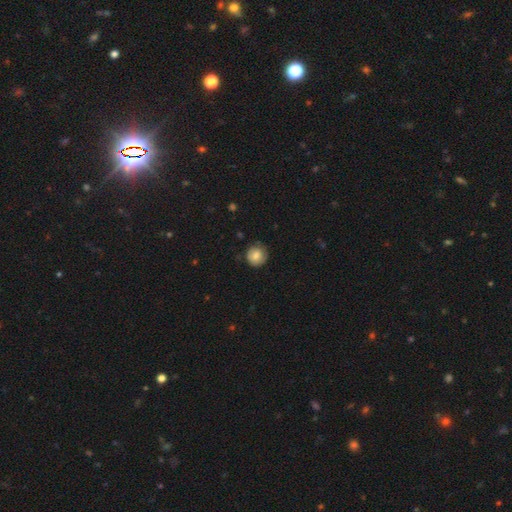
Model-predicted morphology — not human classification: smooth-or-featured: smooth: 80% | featured or disk: 13% | star or artifact: 8%
  how-rounded: round: 93% | in between: 6% | cigar-shaped: 1%
  merging: none: 80% | minor disturbance: 16% | major disturbance: 3% | merger: 1%